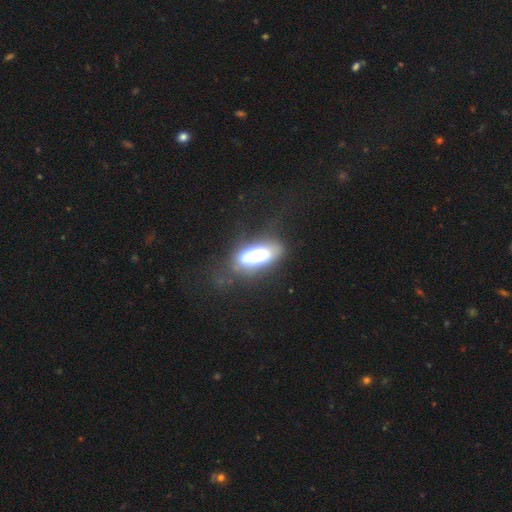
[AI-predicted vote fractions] Smooth or featured? smooth (62%)
How rounded? in between (66%)
Merging? none (47%)